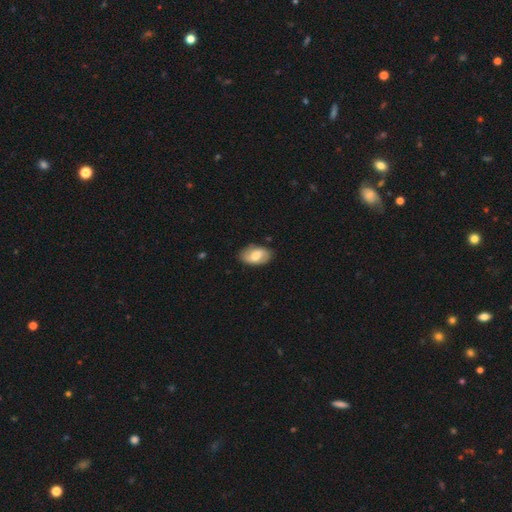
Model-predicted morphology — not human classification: The model was most divided on "smooth or featured": smooth: 56%, featured or disk: 38%, star or artifact: 7%. More confident: how rounded — in between (92%); merging — none (80%).